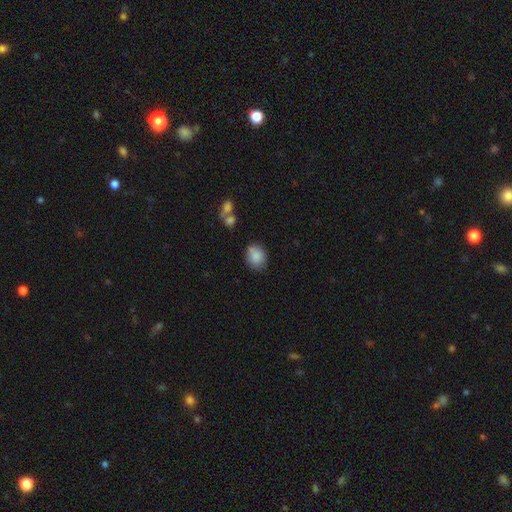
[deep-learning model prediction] smooth_or_featured: smooth (p=0.84) [alt: star or artifact p=0.08]
how_rounded: in between (p=0.50) [alt: round p=0.48]
merging: none (p=0.71) [alt: minor disturbance p=0.19]